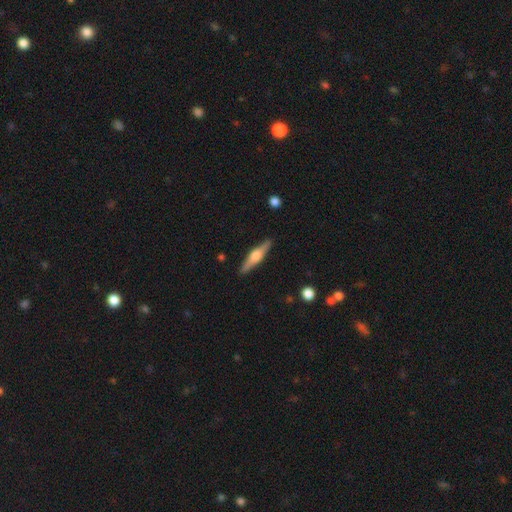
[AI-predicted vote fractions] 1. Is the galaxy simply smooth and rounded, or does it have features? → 65% featured or disk, 29% smooth, 5% star or artifact.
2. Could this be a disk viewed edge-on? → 97% yes, 3% no.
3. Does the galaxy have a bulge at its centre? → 91% rounded, 7% boxy, 2% none.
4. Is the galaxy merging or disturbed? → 90% none, 7% minor disturbance, 2% major disturbance, 1% merger.